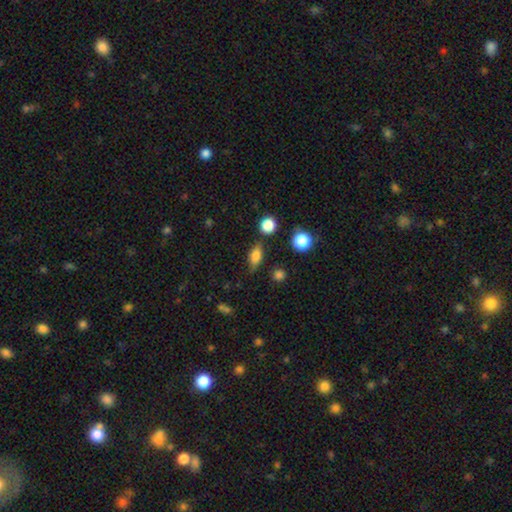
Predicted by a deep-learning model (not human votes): Smooth or featured? Predicted: smooth (p=0.74). How rounded? Predicted: in between (p=0.71). Merging? Predicted: none (p=0.75).